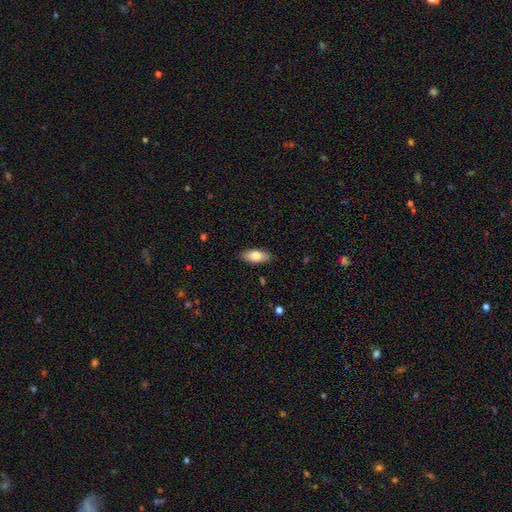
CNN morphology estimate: A smooth galaxy with no disk features (80%) that is in between round and cigar-shaped (86%). Merging: none (87%).